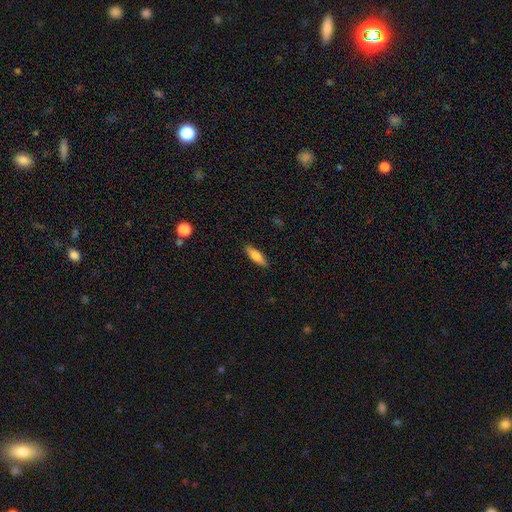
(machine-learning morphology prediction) A smooth galaxy with no disk features (79%) that is in between round and cigar-shaped (53%).

Vote fractions:
- Smooth or featured? smooth: 79% / featured or disk: 15% / star or artifact: 6%
- How rounded? in between: 53% / cigar-shaped: 45% / round: 2%
- Merging? none: 87% / minor disturbance: 10% / major disturbance: 2% / merger: 1%